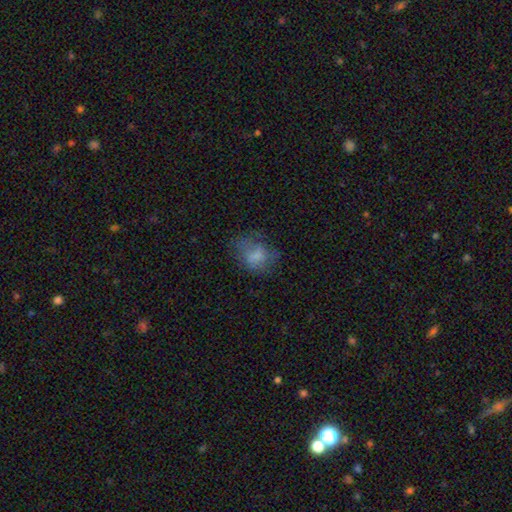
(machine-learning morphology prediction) type=smooth (64%); roundness=in between (62%); merging=none (49%).